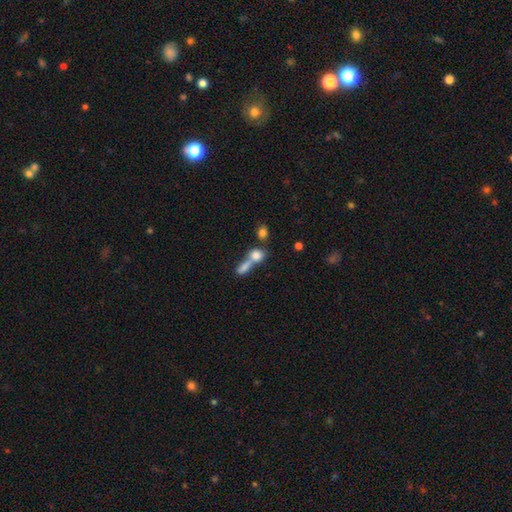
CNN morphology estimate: type=smooth (78%); roundness=in between (46%); merging=merger (60%).